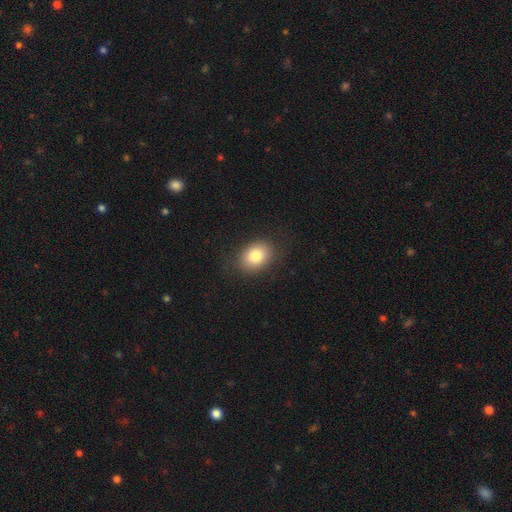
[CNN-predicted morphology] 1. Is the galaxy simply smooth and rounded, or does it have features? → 82% smooth, 9% featured or disk, 9% star or artifact.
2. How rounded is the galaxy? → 65% in between, 34% round, 1% cigar-shaped.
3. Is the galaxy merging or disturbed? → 85% none, 11% minor disturbance, 4% major disturbance, 1% merger.